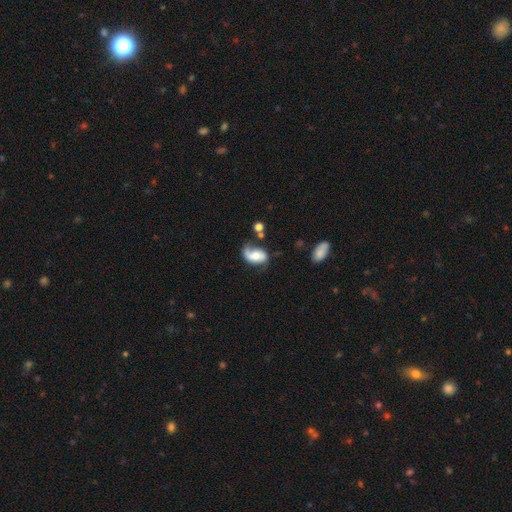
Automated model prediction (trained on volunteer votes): featured or disk 63%, smooth 30%, star or artifact 8%. Down the decision tree: edge-on disk — no (97%); bar — no (56%); spiral arms — yes (89%); spiral arm count — 2 (60%); spiral winding — loose (51%); bulge size — moderate (49%); merging — none (46%).